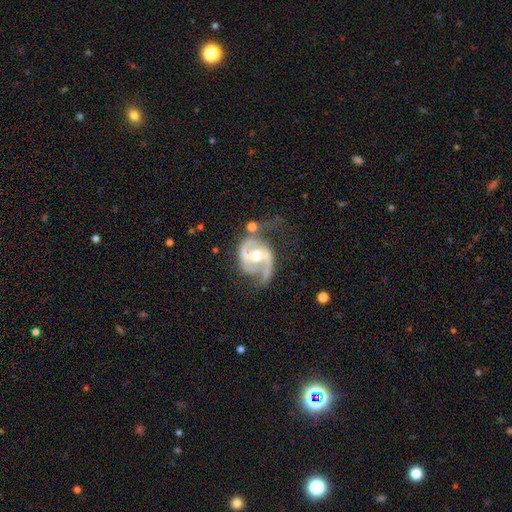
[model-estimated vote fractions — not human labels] Q: Smooth or featured?
A: featured or disk (89%); runner-up: smooth (6%)
Q: Edge-on disk?
A: no (97%); runner-up: yes (3%)
Q: Bar?
A: weak (43%); runner-up: strong (28%)
Q: Spiral arms?
A: yes (95%); runner-up: no (5%)
Q: Spiral winding?
A: medium (51%); runner-up: loose (30%)
Q: Spiral arm count?
A: 2 (82%); runner-up: 1 (6%)
Q: Bulge size?
A: moderate (71%); runner-up: small (19%)
Q: Merging?
A: none (45%); runner-up: major disturbance (24%)